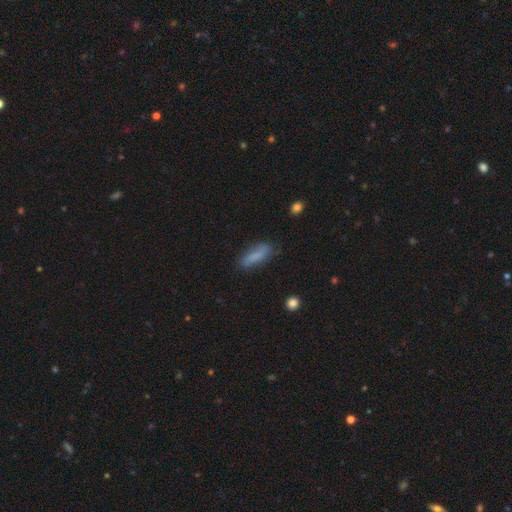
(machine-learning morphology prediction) type=smooth (71%); roundness=cigar-shaped (53%); merging=none (67%).